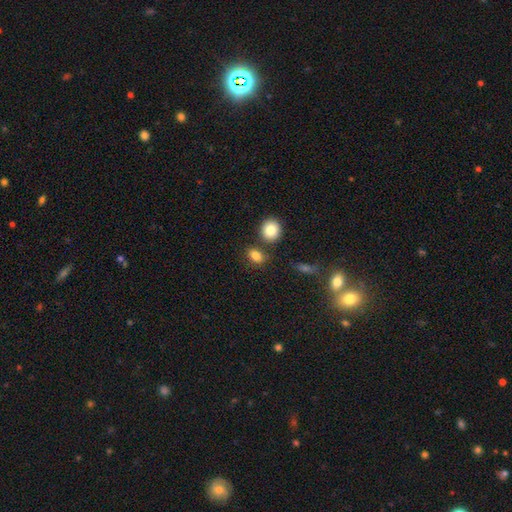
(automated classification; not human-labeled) Q: Smooth or featured?
A: smooth (83%); runner-up: star or artifact (10%)
Q: How rounded?
A: in between (68%); runner-up: round (29%)
Q: Merging?
A: none (71%); runner-up: merger (13%)